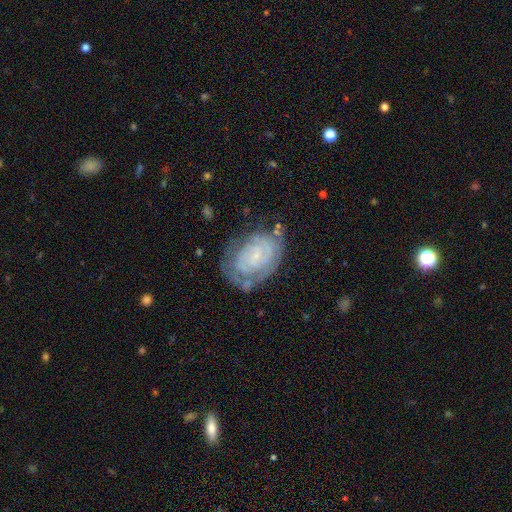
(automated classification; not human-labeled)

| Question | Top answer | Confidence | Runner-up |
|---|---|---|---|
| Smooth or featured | featured or disk | 73% | smooth (19%) |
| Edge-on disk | no | 97% | yes (3%) |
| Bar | no | 65% | weak (29%) |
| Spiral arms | yes | 83% | no (17%) |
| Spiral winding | tight | 72% | medium (21%) |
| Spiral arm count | can't tell | 48% | 2 (28%) |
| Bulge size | small | 75% | moderate (13%) |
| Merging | none | 61% | minor disturbance (24%) |